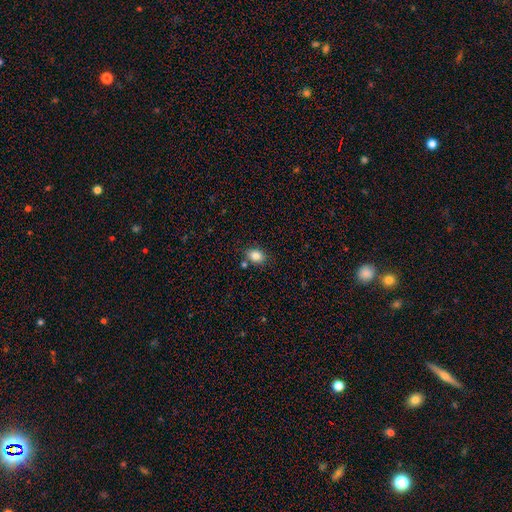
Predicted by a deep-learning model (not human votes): Smooth or featured? Predicted: smooth (p=0.84). How rounded? Predicted: in between (p=0.57). Merging? Predicted: none (p=0.78).